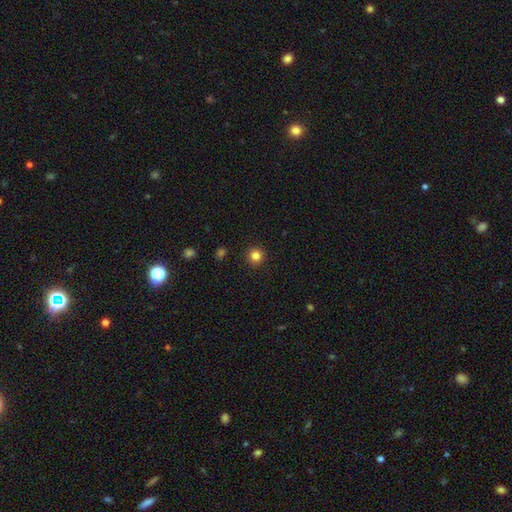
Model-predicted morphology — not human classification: This is clearly a smooth galaxy (83%). How rounded: clearly round (94%). Merging: clearly none (92%).